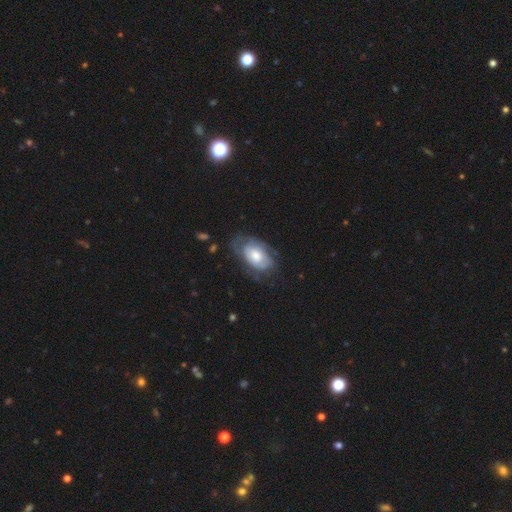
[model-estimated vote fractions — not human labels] smooth_or_featured: featured or disk (p=0.54) [alt: smooth p=0.39]
disk_edge_on: no (p=0.94) [alt: yes p=0.06]
bar: no (p=0.78) [alt: weak p=0.19]
has_spiral_arms: yes (p=0.63) [alt: no p=0.37]
bulge_size: moderate (p=0.56) [alt: large p=0.23]
merging: none (p=0.56) [alt: minor disturbance p=0.28]